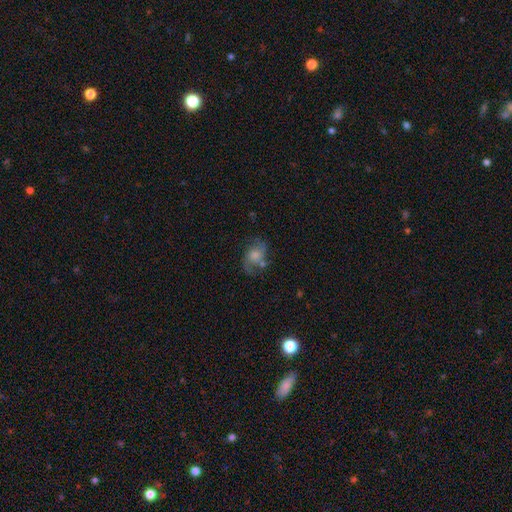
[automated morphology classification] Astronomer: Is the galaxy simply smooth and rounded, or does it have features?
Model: featured or disk — 47% (runner-up: smooth, 43%).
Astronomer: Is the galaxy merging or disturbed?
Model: none — 45% (runner-up: minor disturbance, 24%).